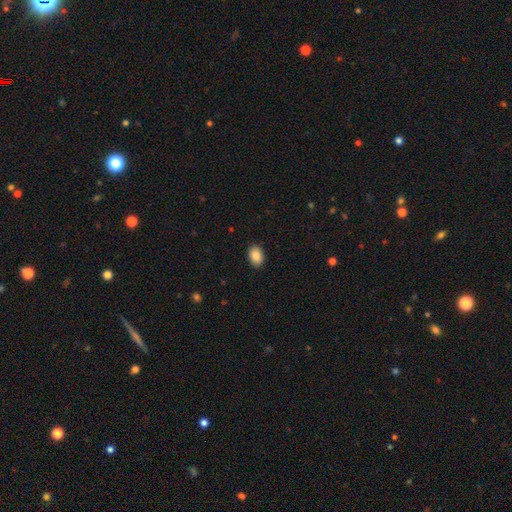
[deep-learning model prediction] A smooth galaxy with no disk features (87%) that is in between round and cigar-shaped (80%). Merging: none (90%).